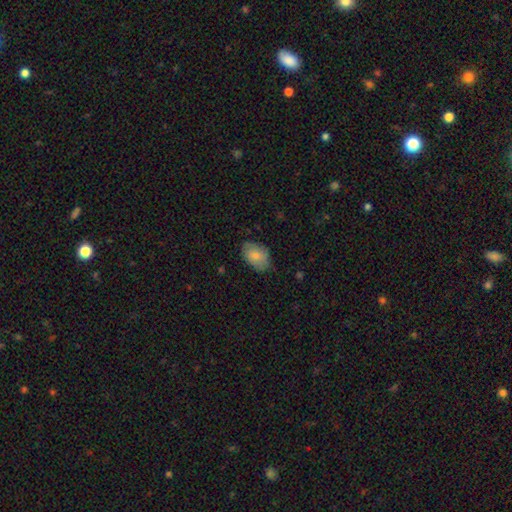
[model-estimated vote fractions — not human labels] A smooth galaxy with no disk features (79%) that is in between round and cigar-shaped (86%). Merging: none (72%).